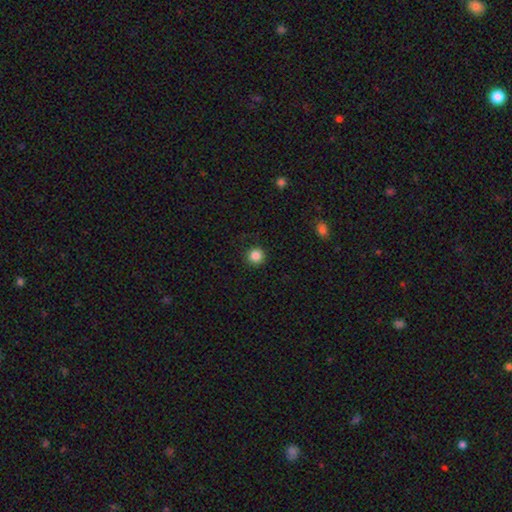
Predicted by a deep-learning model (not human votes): The model was most divided on "smooth or featured": smooth: 85%, star or artifact: 11%, featured or disk: 4%. More confident: how rounded — round (95%); merging — none (92%).